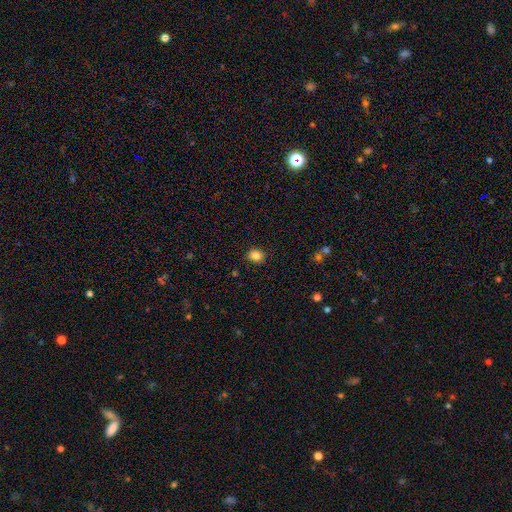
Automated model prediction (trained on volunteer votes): Morphology: type=smooth (85%); roundness=round (64%); merging=none (88%).